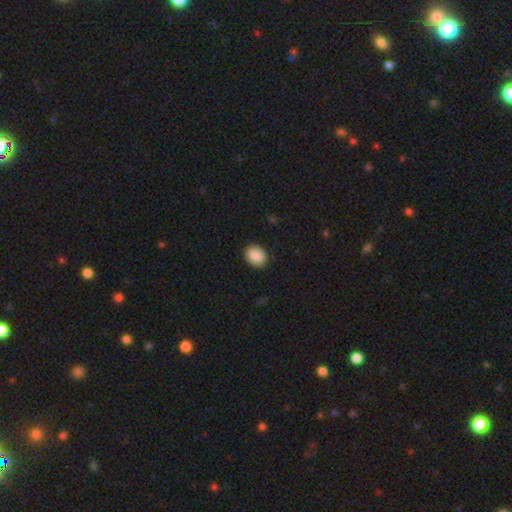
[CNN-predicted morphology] Smooth or featured? Predicted: smooth (p=0.90). How rounded? Predicted: in between (p=0.55). Merging? Predicted: none (p=0.90).